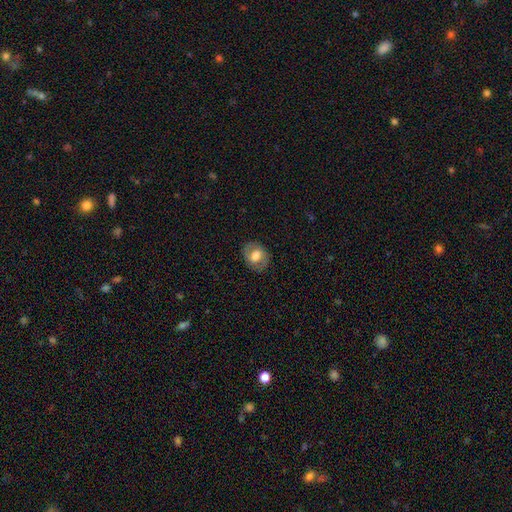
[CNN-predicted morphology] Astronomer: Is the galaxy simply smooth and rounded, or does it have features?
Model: smooth — 55% (runner-up: featured or disk, 37%).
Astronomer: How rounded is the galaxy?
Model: in between — 54% (runner-up: round, 45%).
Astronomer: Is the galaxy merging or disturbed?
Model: none — 83%.